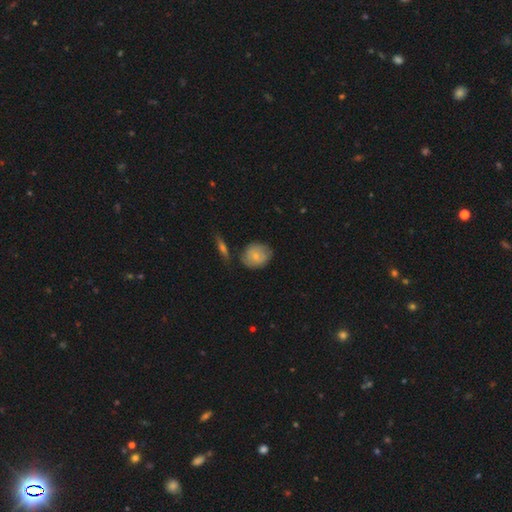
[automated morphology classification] Smooth or featured?
  - smooth: 67% *
  - featured or disk: 27%
  - star or artifact: 6%
How rounded?
  - round: 65% *
  - in between: 34%
  - cigar-shaped: 2%
Merging?
  - none: 65% *
  - minor disturbance: 23%
  - merger: 7%
  - major disturbance: 5%